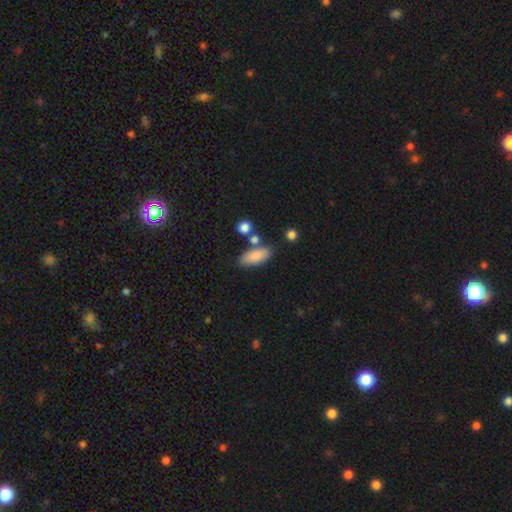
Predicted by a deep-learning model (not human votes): This is clearly a smooth galaxy (85%). How rounded: likely in between (78%). Merging: likely none (72%).